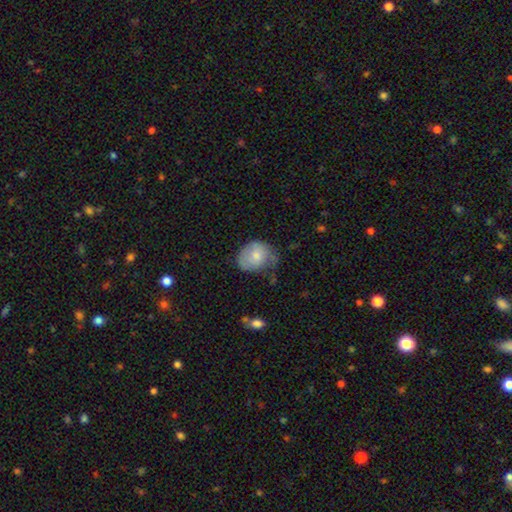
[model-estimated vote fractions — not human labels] smooth 71%, featured or disk 22%, star or artifact 7%. Down the decision tree: how rounded — round (55%); merging — none (41%).